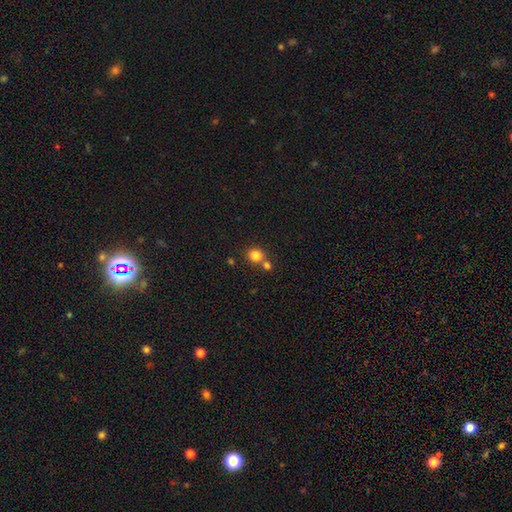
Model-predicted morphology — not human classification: Overall: smooth (82%). How rounded: round (84%). Merging: none (57%; merger 33%).